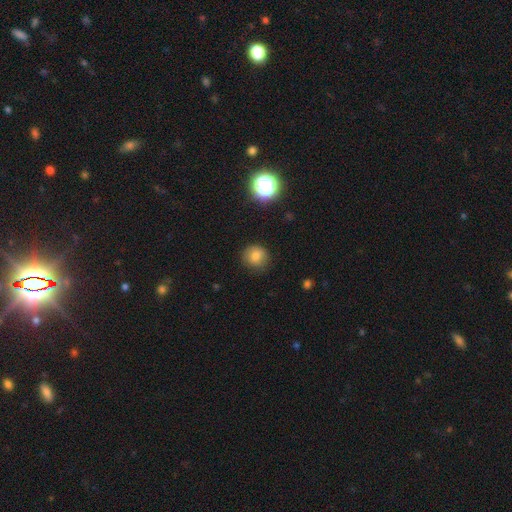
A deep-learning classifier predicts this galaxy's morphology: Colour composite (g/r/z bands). It shows a smooth galaxy with no disk features (78%) that is round (89%). Merging: none (83%).